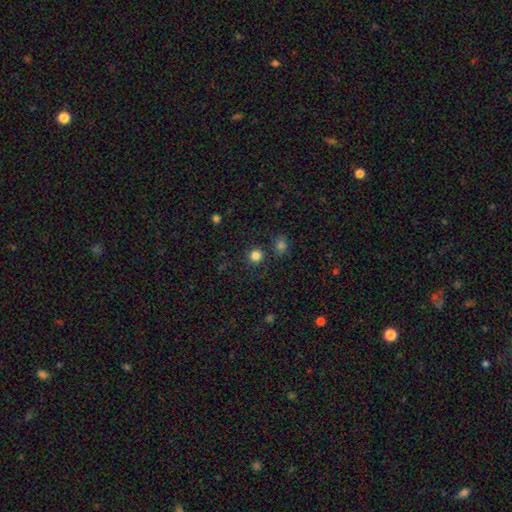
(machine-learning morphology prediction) smooth 82%, star or artifact 14%, featured or disk 4%. Down the decision tree: how rounded — round (92%); merging — none (85%).